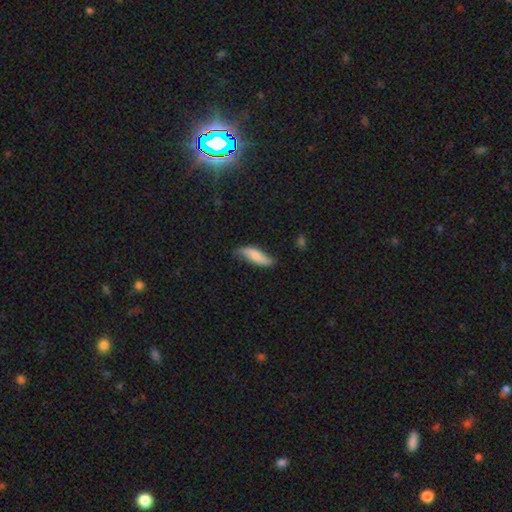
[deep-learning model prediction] The model was most divided on "how rounded": in between: 51%, cigar-shaped: 46%, round: 2%. More confident: smooth or featured — smooth (65%); merging — none (59%).